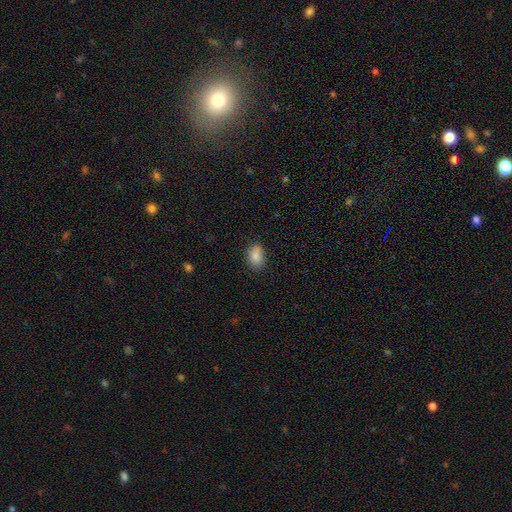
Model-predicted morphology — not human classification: Overall: smooth (86%). How rounded: in between (81%). Merging: none (78%).